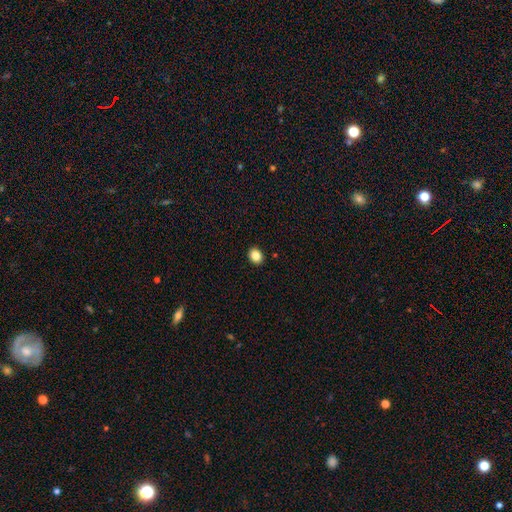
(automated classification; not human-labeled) This appears to be a smooth galaxy with no disk features (85%) that is round (50%). Merging: none (91%).